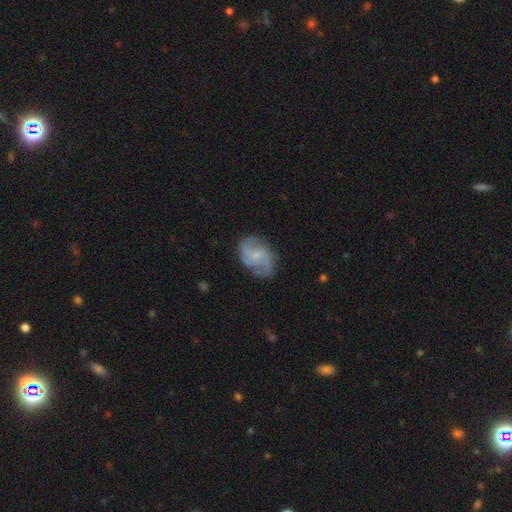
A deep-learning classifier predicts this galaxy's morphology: Smooth or featured: featured or disk — 77% (smooth — 17%)
Edge-on disk: no — 98% (yes — 2%)
Bar: no — 52% (weak — 41%)
Spiral arms: yes — 94% (no — 6%)
Spiral winding: medium — 47% (loose — 36%)
Spiral arm count: 2 — 70% (3 — 11%)
Bulge size: small — 58% (moderate — 23%)
Merging: none — 73% (minor disturbance — 18%)